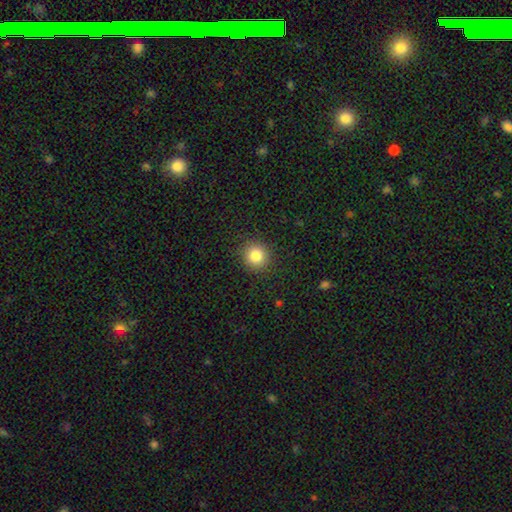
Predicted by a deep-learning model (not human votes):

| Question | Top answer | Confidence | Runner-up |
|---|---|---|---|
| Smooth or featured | smooth | 84% | star or artifact (11%) |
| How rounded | round | 91% | in between (8%) |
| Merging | none | 91% | minor disturbance (6%) |